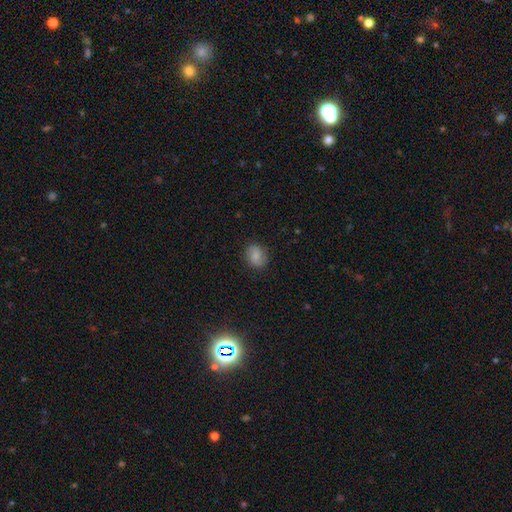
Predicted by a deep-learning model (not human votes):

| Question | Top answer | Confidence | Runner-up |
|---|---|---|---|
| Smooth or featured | smooth | 69% | featured or disk (21%) |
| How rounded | round | 58% | in between (41%) |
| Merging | none | 83% | minor disturbance (13%) |